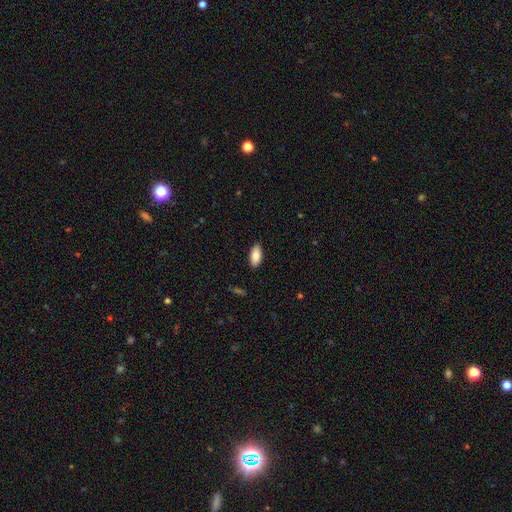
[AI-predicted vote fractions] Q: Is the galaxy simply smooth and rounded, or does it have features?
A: smooth — 88%.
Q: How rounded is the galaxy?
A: in between — 91%.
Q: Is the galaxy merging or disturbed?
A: none — 89%.